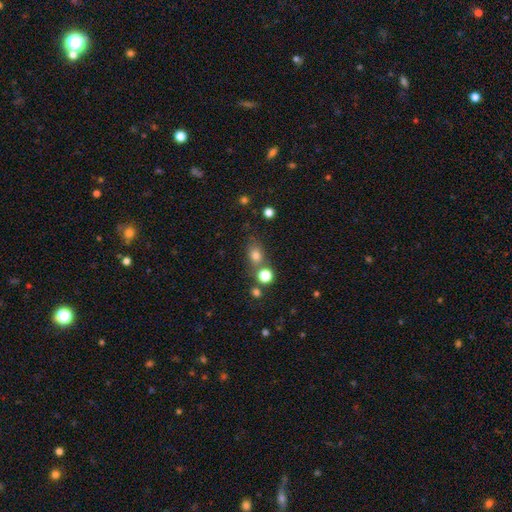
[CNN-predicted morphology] Overall: smooth (77%). How rounded: round (49%, tied with in between). Merging: none (62%).